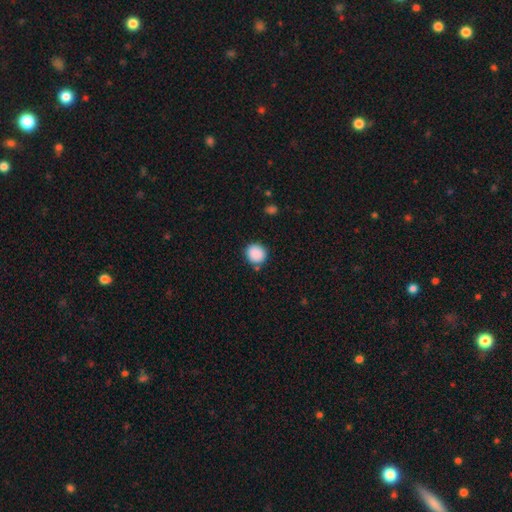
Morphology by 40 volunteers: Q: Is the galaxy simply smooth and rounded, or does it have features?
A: smooth — 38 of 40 (95%).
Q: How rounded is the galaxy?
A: round — 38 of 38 (100%).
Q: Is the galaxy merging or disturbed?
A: none — 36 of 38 (95%).